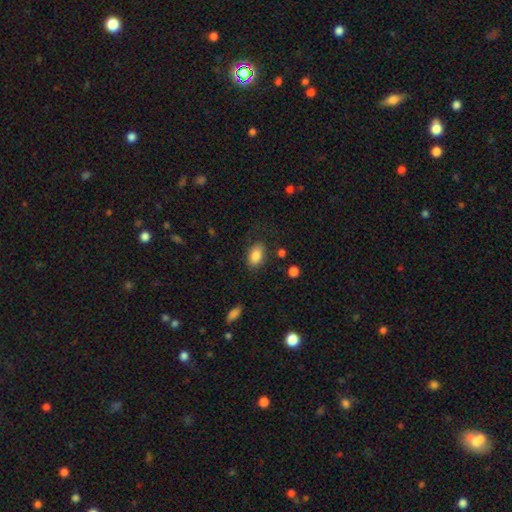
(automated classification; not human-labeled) smooth-or-featured: smooth: 85% | star or artifact: 8% | featured or disk: 8%
  how-rounded: in between: 90% | round: 7% | cigar-shaped: 2%
  merging: none: 78% | minor disturbance: 15% | major disturbance: 5% | merger: 2%